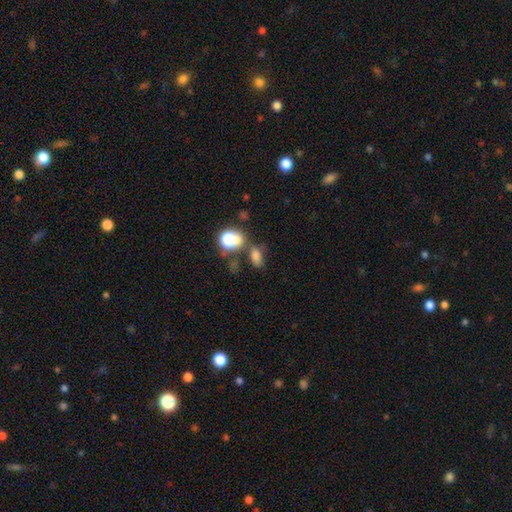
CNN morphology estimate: Smooth or featured? Predicted: smooth (p=0.72). How rounded? Predicted: in between (p=0.77). Merging? Predicted: none (p=0.53).